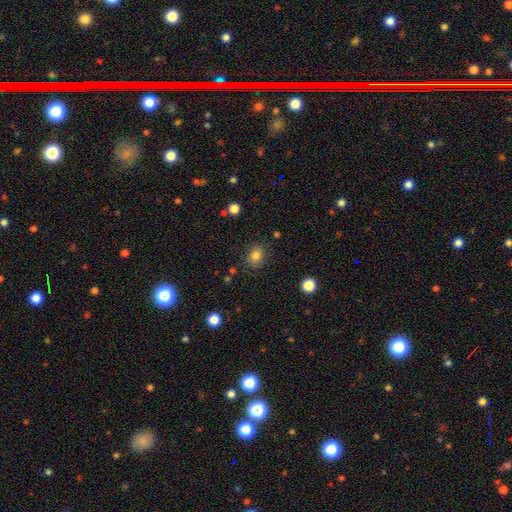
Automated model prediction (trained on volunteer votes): Overall: smooth (82%). How rounded: round (56%; in between 43%). Merging: none (82%).